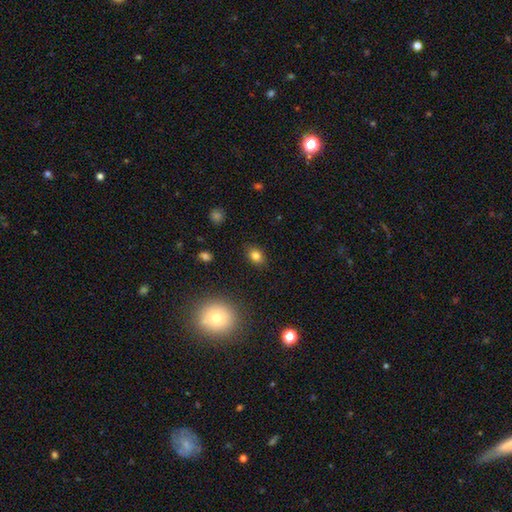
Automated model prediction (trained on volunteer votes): The model was most divided on "how rounded": in between: 66%, round: 33%, cigar-shaped: 1%. More confident: merging — none (87%); smooth or featured — smooth (80%).